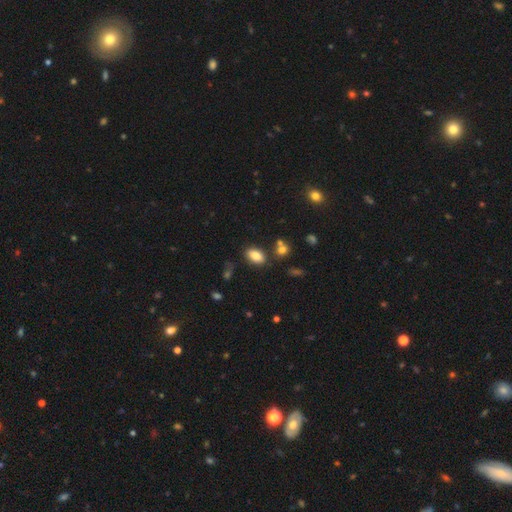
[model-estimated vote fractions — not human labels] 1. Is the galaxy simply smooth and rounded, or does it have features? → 84% smooth, 9% star or artifact, 7% featured or disk.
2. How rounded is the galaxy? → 90% in between, 8% round, 2% cigar-shaped.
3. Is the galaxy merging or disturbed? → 80% none, 11% minor disturbance, 6% merger, 3% major disturbance.